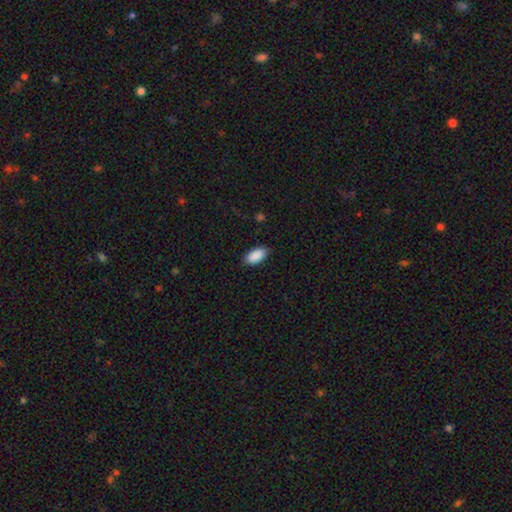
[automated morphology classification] A smooth galaxy with no disk features (90%) that is in between round and cigar-shaped (93%).

Vote fractions:
- Smooth or featured? smooth: 90% / star or artifact: 6% / featured or disk: 4%
- How rounded? in between: 93% / cigar-shaped: 4% / round: 2%
- Merging? none: 83% / minor disturbance: 13% / major disturbance: 2% / merger: 1%